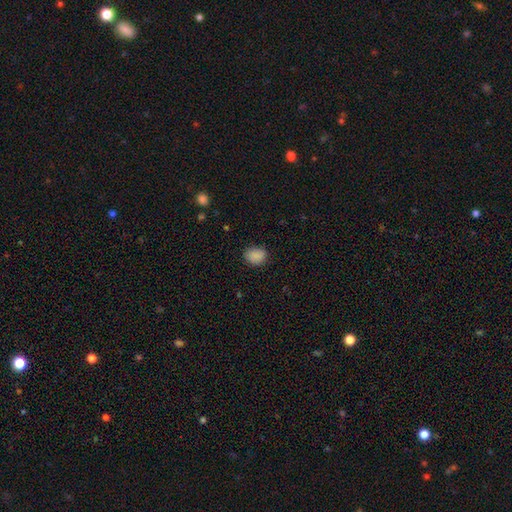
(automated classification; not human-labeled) Smooth or featured? smooth (87%)
How rounded? in between (52%)
Merging? none (81%)